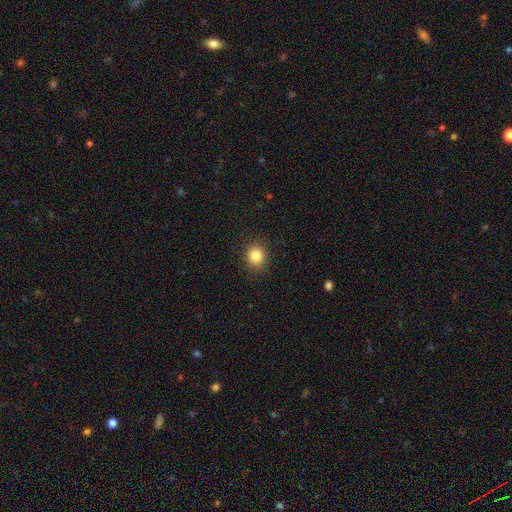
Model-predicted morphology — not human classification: A smooth galaxy with no disk features (85%) that is round (76%). Merging: none (88%).